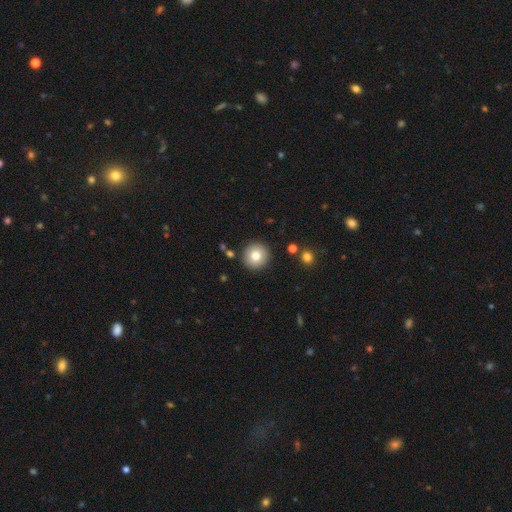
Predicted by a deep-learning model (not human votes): Smooth or featured? Predicted: smooth (p=0.80). How rounded? Predicted: round (p=0.96). Merging? Predicted: none (p=0.90).